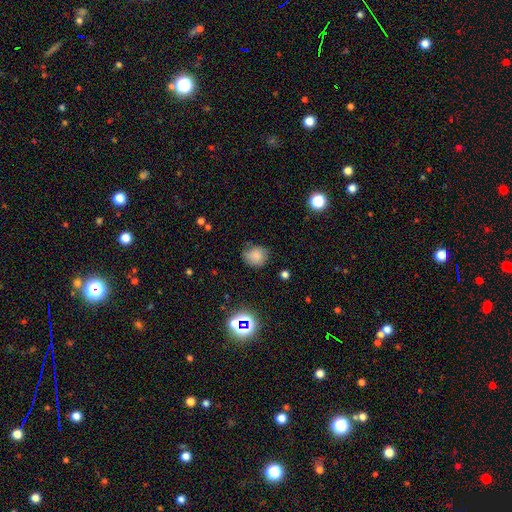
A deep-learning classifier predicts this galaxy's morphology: Smooth or featured? Predicted: smooth (p=0.79). How rounded? Predicted: round (p=0.74). Merging? Predicted: none (p=0.69).